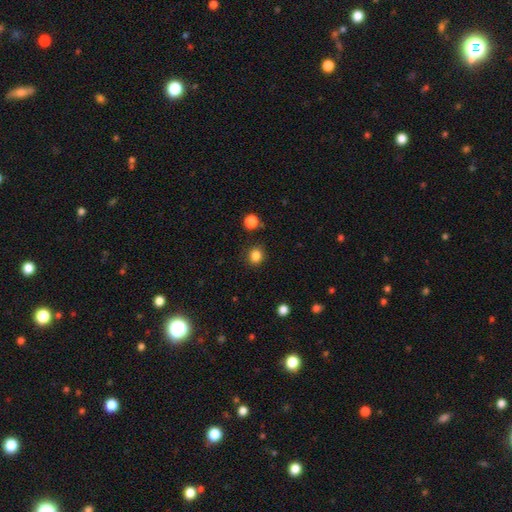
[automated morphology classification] A smooth galaxy with no disk features (84%) that is round (82%). Merging: none (88%).